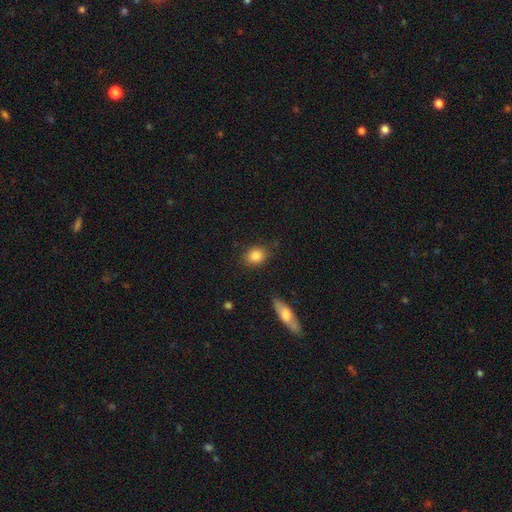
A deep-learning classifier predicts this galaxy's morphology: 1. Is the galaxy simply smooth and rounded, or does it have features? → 85% smooth, 9% star or artifact, 6% featured or disk.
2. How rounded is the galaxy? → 59% round, 40% in between, 2% cigar-shaped.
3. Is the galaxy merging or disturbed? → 83% none, 12% minor disturbance, 3% major disturbance, 2% merger.